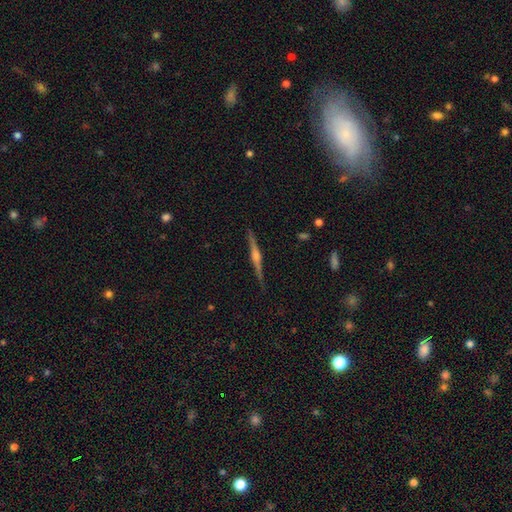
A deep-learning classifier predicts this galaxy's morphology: Smooth or featured?
  - featured or disk: 83% *
  - smooth: 10%
  - star or artifact: 7%
Edge-on disk?
  - yes: 98% *
  - no: 2%
Edge-on bulge?
  - rounded: 83% *
  - boxy: 11%
  - none: 6%
Merging?
  - none: 90% *
  - minor disturbance: 7%
  - major disturbance: 1%
  - merger: 1%